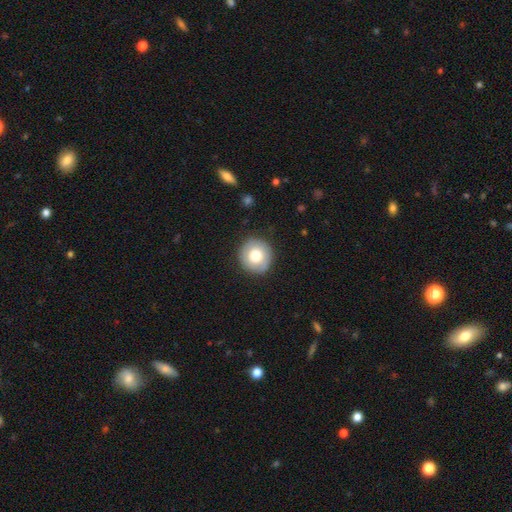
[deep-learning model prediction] Smooth or featured? smooth (72%)
How rounded? round (91%)
Merging? none (88%)